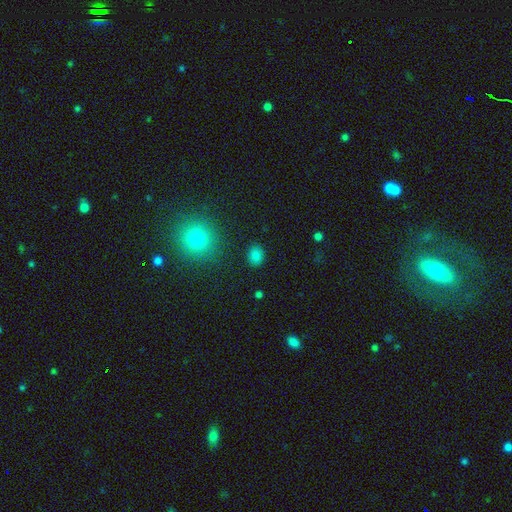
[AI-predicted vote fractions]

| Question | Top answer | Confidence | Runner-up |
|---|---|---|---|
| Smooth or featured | smooth | 83% | star or artifact (12%) |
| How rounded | in between | 52% | round (47%) |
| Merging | none | 87% | minor disturbance (9%) |